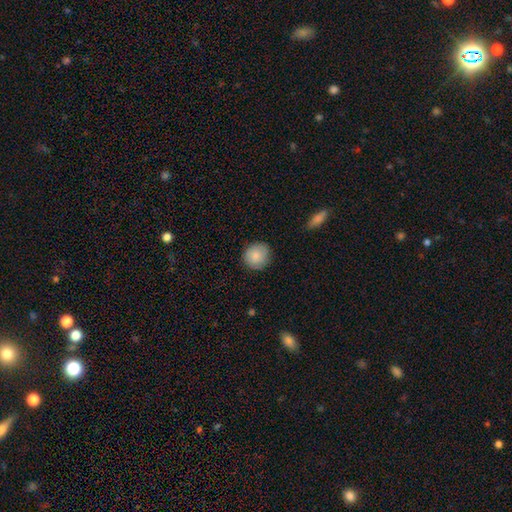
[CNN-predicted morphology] Smooth or featured? smooth (87%)
How rounded? round (89%)
Merging? none (86%)